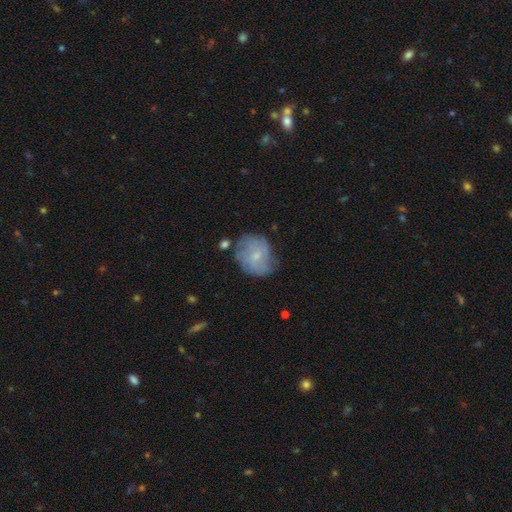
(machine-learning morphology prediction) smooth 48%, featured or disk 44%, star or artifact 8%. Down the decision tree: merging — none (59%).